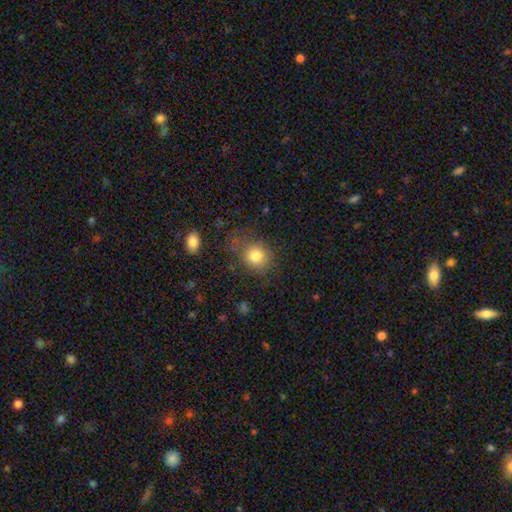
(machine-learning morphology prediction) Smooth or featured? Predicted: smooth (p=0.81). How rounded? Predicted: round (p=0.77). Merging? Predicted: none (p=0.71).